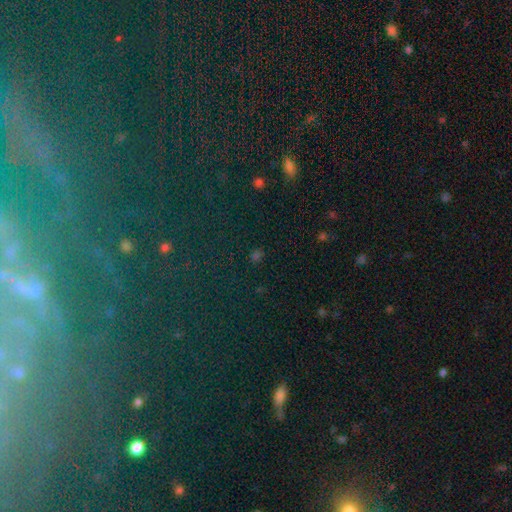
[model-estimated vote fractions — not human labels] This appears to be a star or artifact, not a galaxy (61%).